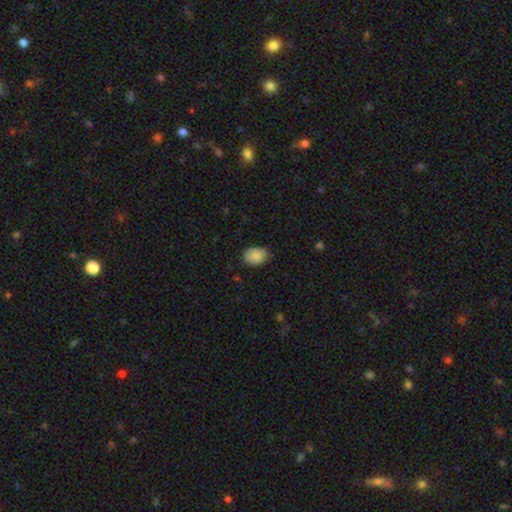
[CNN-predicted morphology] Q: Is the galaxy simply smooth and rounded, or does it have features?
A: smooth — 88%.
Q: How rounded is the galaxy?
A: in between — 76%.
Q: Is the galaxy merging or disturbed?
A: none — 77%.